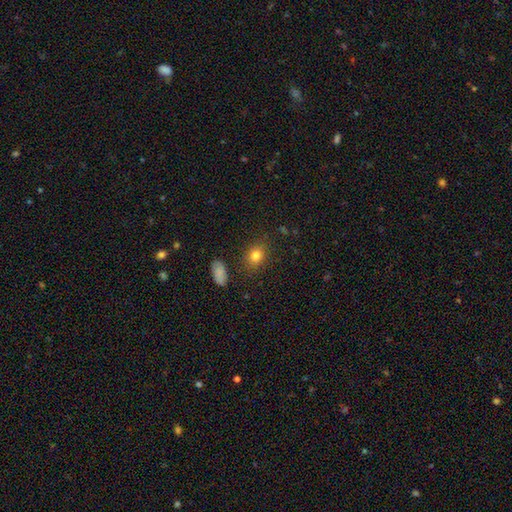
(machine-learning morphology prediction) A smooth galaxy with no disk features (82%) that is in between round and cigar-shaped (55%).

Vote fractions:
- Smooth or featured? smooth: 82% / star or artifact: 11% / featured or disk: 7%
- How rounded? in between: 55% / round: 43% / cigar-shaped: 1%
- Merging? none: 84% / minor disturbance: 11% / major disturbance: 3% / merger: 2%